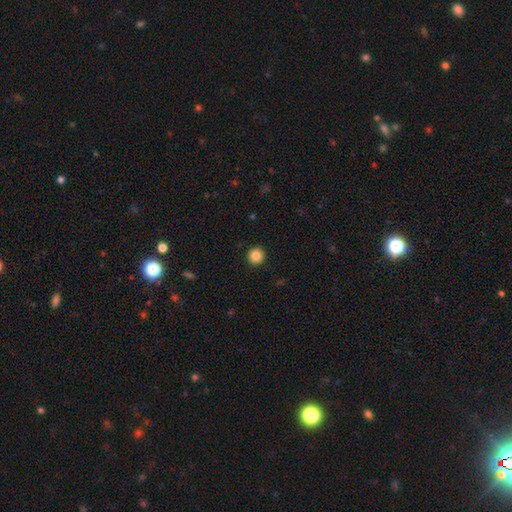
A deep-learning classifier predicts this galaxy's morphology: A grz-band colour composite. It shows a smooth galaxy with no disk features (85%) that is round (94%). Merging: none (93%).